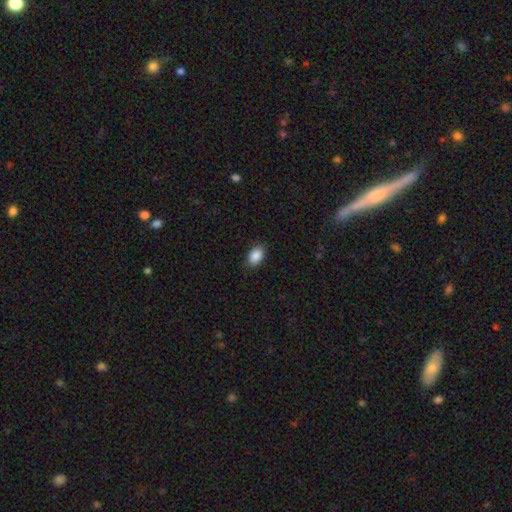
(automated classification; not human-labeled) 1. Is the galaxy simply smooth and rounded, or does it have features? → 89% smooth, 8% star or artifact, 4% featured or disk.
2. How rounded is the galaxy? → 89% in between, 10% round, 1% cigar-shaped.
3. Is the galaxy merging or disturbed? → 86% none, 11% minor disturbance, 2% major disturbance, 1% merger.